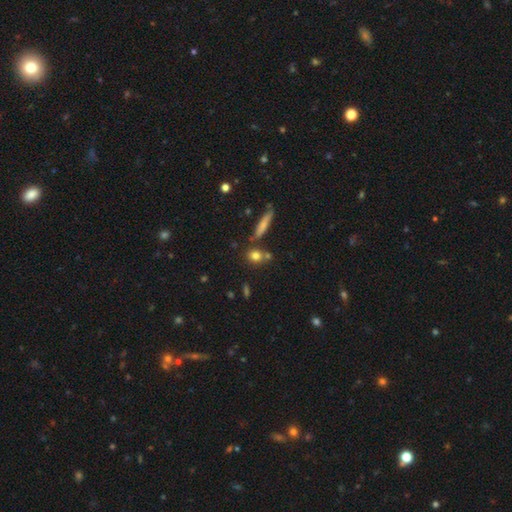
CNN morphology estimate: Q: Smooth or featured?
A: smooth (77%); runner-up: star or artifact (11%)
Q: How rounded?
A: round (57%); runner-up: in between (31%)
Q: Merging?
A: none (69%); runner-up: merger (16%)